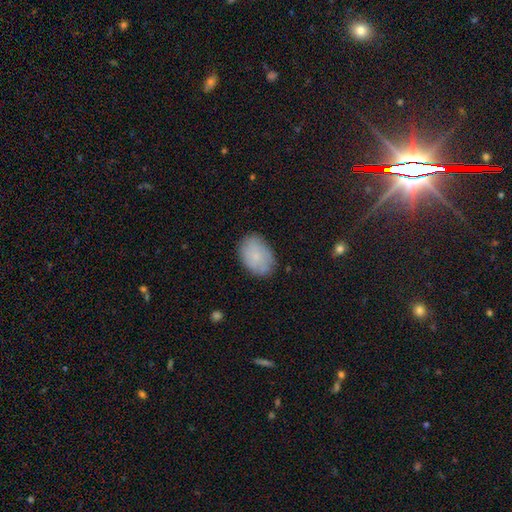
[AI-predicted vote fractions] This is likely a smooth galaxy (74%). How rounded: clearly in between (84%). Merging: likely none (80%).